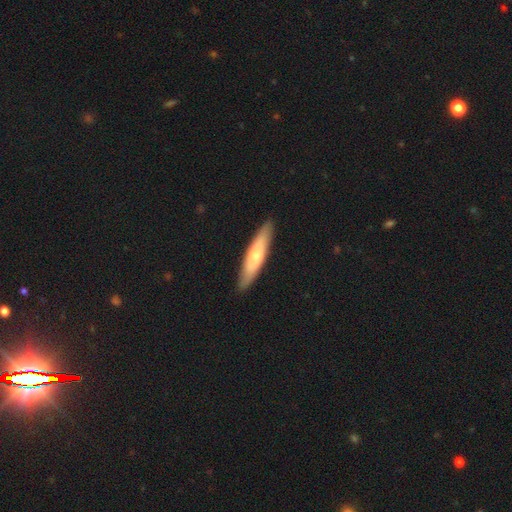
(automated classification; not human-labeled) Smooth or featured?
  - smooth: 61% *
  - featured or disk: 34%
  - star or artifact: 5%
How rounded?
  - cigar-shaped: 81% *
  - in between: 18%
  - round: 1%
Merging?
  - none: 89% *
  - minor disturbance: 8%
  - major disturbance: 2%
  - merger: 1%